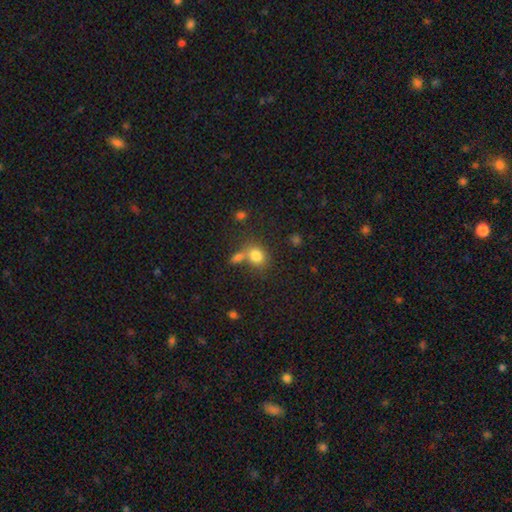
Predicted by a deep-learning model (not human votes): Smooth or featured? Predicted: smooth (p=0.80). How rounded? Predicted: round (p=0.51). Merging? Predicted: none (p=0.51).